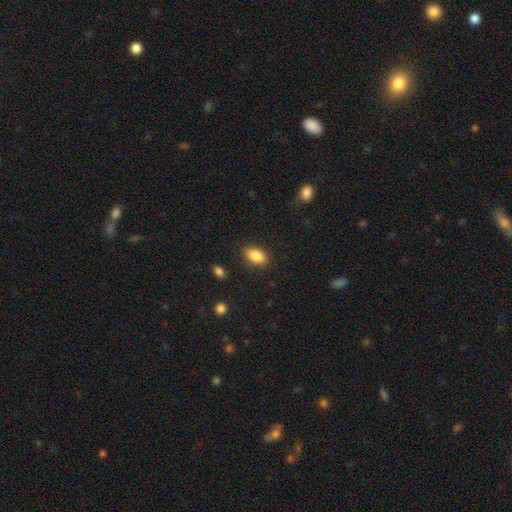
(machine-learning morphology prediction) type=smooth (88%); roundness=in between (91%); merging=none (86%).